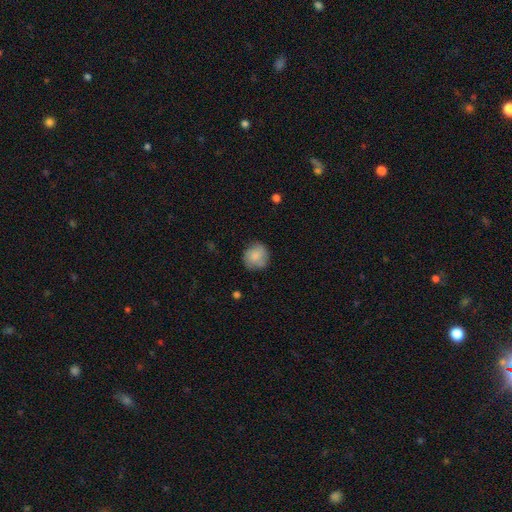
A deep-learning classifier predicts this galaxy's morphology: Q: Smooth or featured?
A: smooth (82%); runner-up: featured or disk (11%)
Q: How rounded?
A: round (88%); runner-up: in between (11%)
Q: Merging?
A: none (77%); runner-up: minor disturbance (17%)